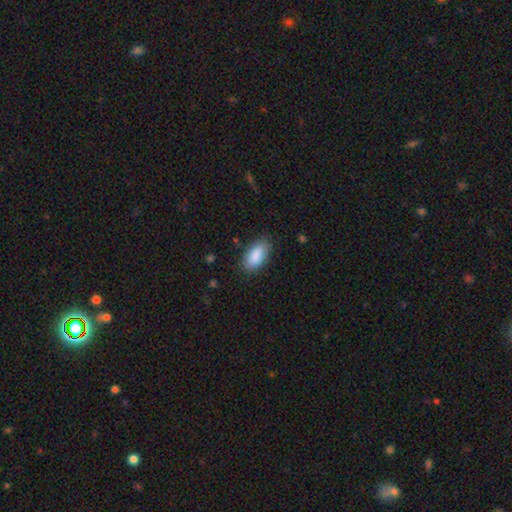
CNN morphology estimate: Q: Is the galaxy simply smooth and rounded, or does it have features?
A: smooth — 89%.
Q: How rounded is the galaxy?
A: in between — 92%.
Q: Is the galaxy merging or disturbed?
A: none — 83%.